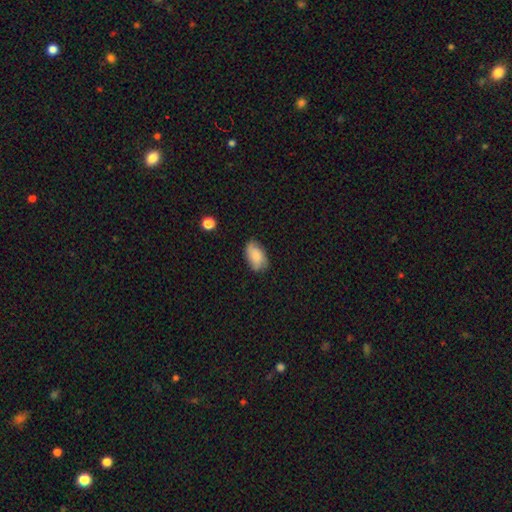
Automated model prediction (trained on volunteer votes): The model was most divided on "merging": none: 73%, minor disturbance: 22%, major disturbance: 4%, merger: 1%. More confident: how rounded — in between (92%); smooth or featured — smooth (72%).